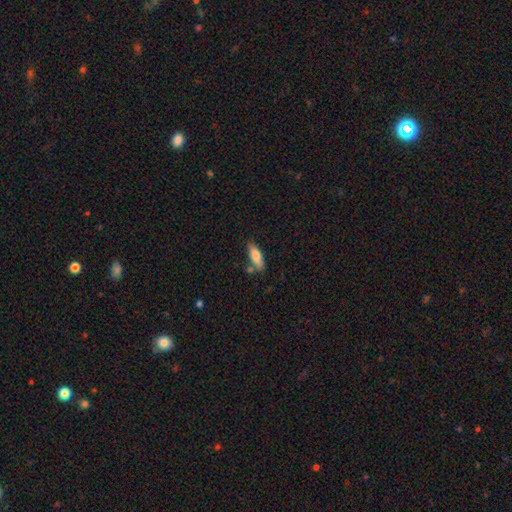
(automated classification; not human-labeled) smooth 81%, featured or disk 12%, star or artifact 6%. Down the decision tree: how rounded — in between (61%); merging — none (71%).